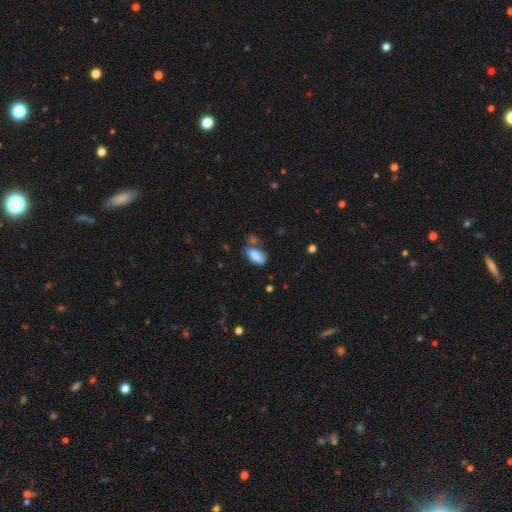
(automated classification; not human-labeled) Q: Smooth or featured?
A: smooth (84%); runner-up: featured or disk (9%)
Q: How rounded?
A: in between (88%); runner-up: cigar-shaped (9%)
Q: Merging?
A: none (58%); runner-up: minor disturbance (22%)